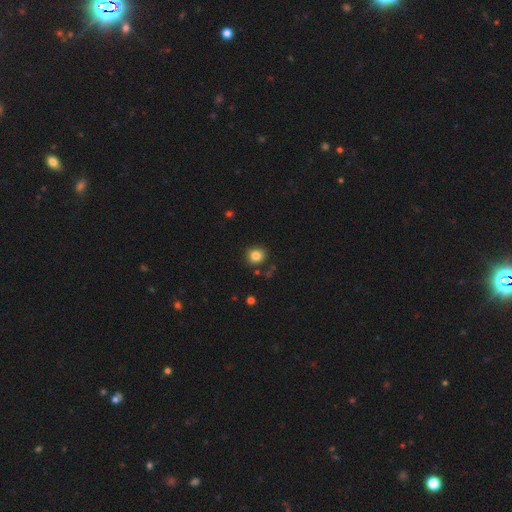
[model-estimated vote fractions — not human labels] smooth_or_featured: smooth (p=0.82) [alt: star or artifact p=0.11]
how_rounded: round (p=0.82) [alt: in between p=0.17]
merging: none (p=0.84) [alt: minor disturbance p=0.10]